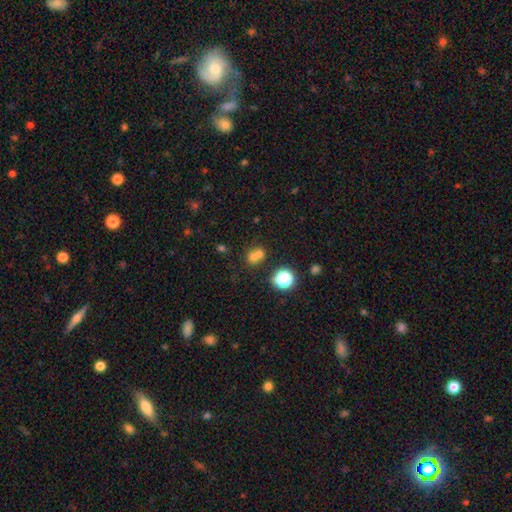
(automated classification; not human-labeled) This is likely a smooth galaxy (66%). How rounded: clearly round (81%). Merging: possibly merger (54%).